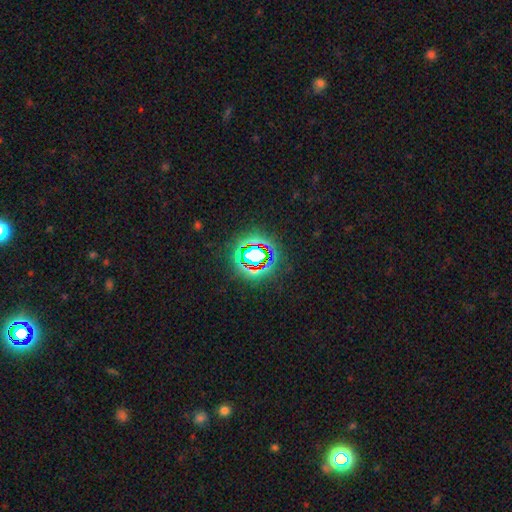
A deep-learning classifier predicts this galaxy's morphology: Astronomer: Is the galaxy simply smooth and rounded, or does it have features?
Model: star or artifact — 72%.